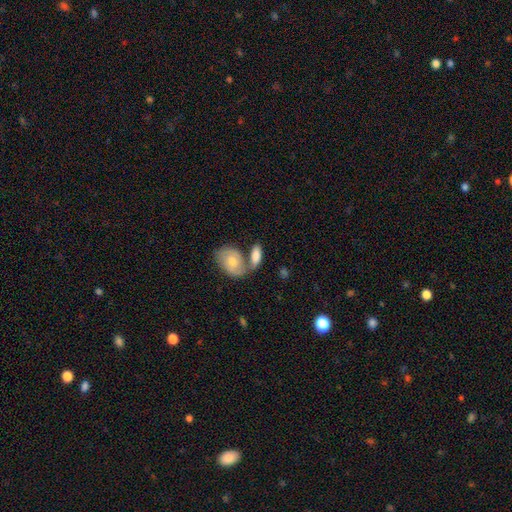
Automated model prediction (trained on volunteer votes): Morphology: type=smooth (72%); roundness=in between (84%); merging=merger (45%).